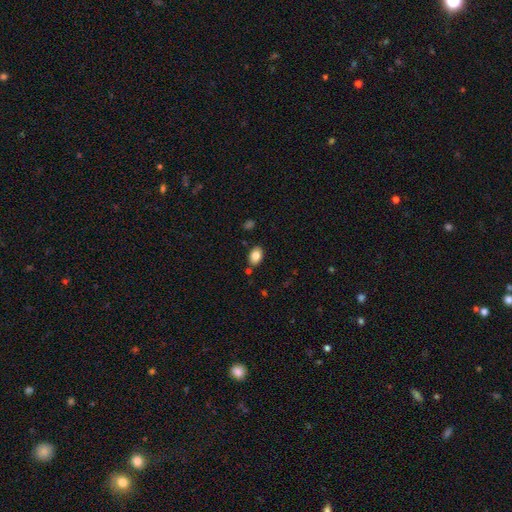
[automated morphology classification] smooth 86%, star or artifact 8%, featured or disk 6%. Down the decision tree: how rounded — in between (85%); merging — none (82%).